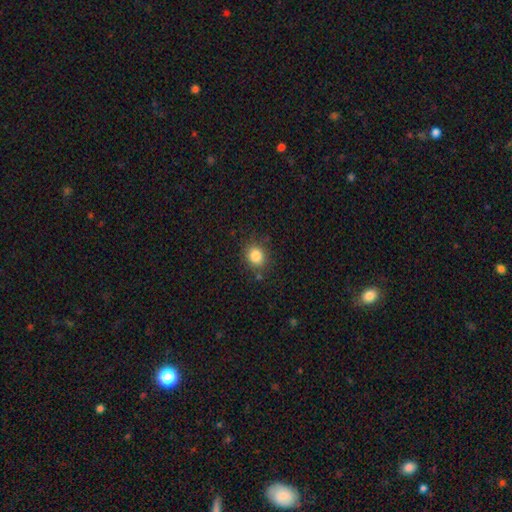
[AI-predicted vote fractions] Overall: smooth (84%). How rounded: round (72%). Merging: none (79%).